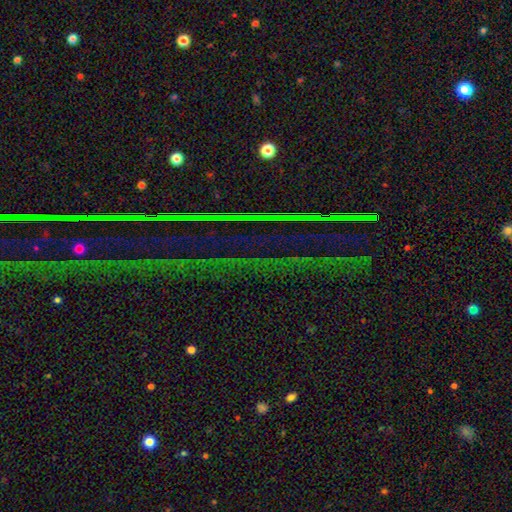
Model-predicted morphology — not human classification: Q: Smooth or featured?
A: star or artifact (84%); runner-up: featured or disk (9%)